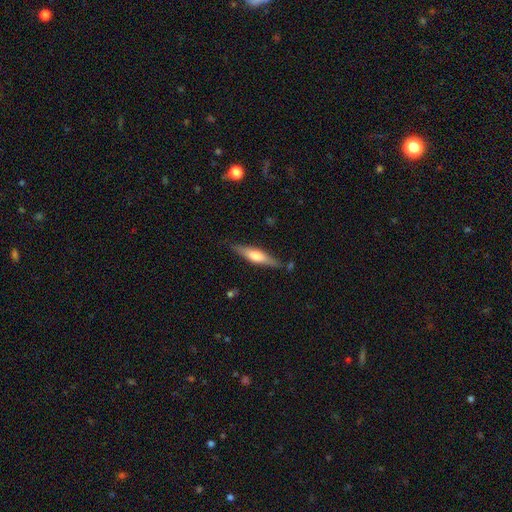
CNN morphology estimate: This appears to be a featured or disk galaxy (50%). Merging: none (82%).